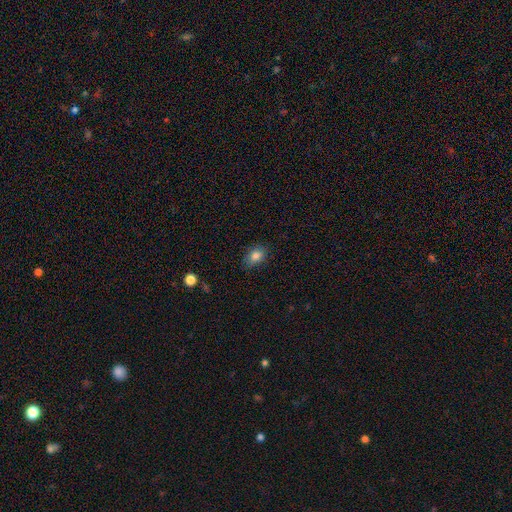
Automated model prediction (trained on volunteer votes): This is clearly a smooth galaxy (83%). How rounded: likely in between (76%). Merging: clearly none (82%).